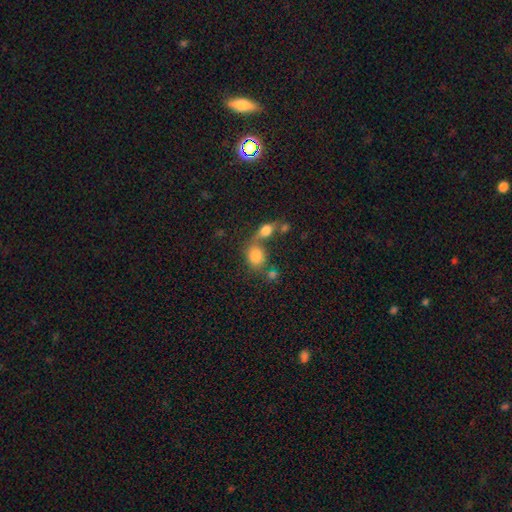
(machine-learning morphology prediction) Smooth or featured: smooth — 81% (featured or disk — 10%)
How rounded: round — 53% (in between — 45%)
Merging: merger — 45% (none — 38%)